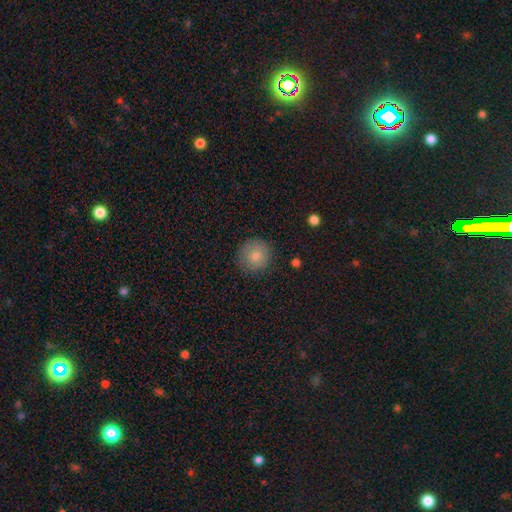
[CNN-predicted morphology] A smooth galaxy with no disk features (80%) that is round (93%). Merging: none (86%).